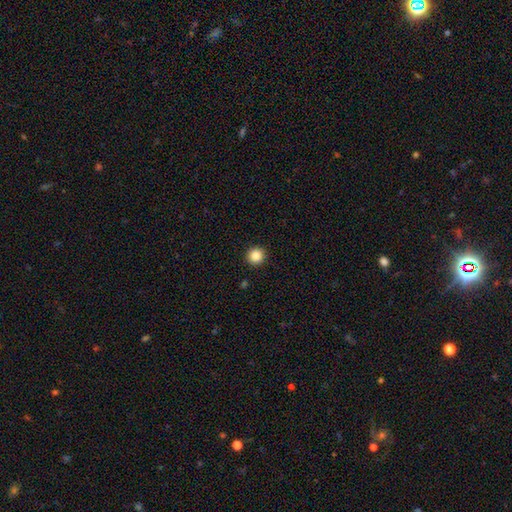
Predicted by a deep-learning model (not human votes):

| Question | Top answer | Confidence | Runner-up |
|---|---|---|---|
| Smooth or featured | smooth | 87% | star or artifact (10%) |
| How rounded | round | 95% | in between (4%) |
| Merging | none | 93% | minor disturbance (4%) |